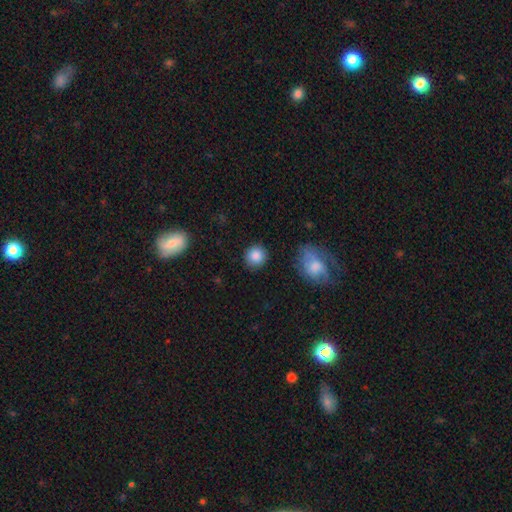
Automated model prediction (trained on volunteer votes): Smooth or featured?
  - smooth: 87% *
  - star or artifact: 8%
  - featured or disk: 5%
How rounded?
  - round: 90% *
  - in between: 9%
  - cigar-shaped: 1%
Merging?
  - none: 87% *
  - minor disturbance: 8%
  - major disturbance: 3%
  - merger: 2%